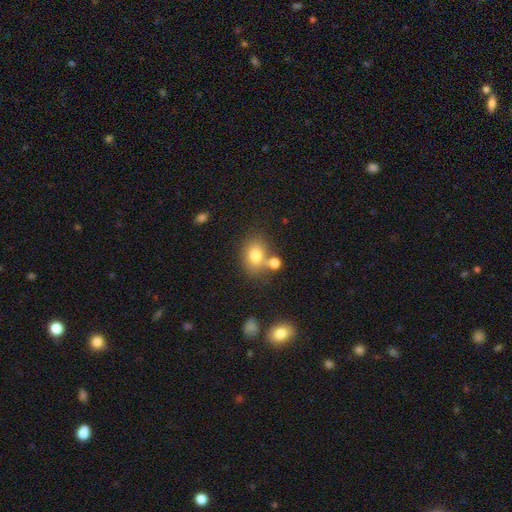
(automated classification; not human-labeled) A smooth galaxy with no disk features (76%) that is in between round and cigar-shaped (60%). Merging: none (60%).